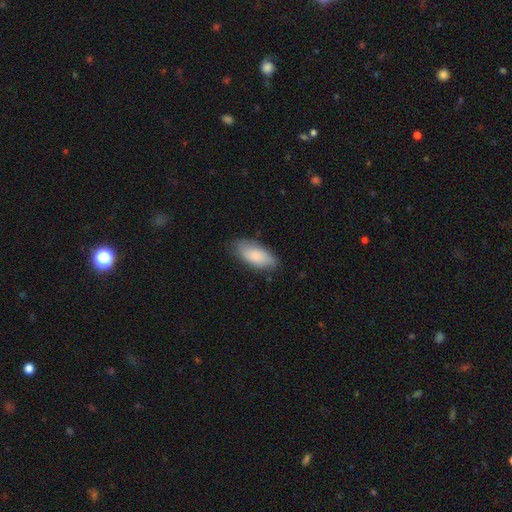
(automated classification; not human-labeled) This appears to be a smooth galaxy with no disk features (80%) that is in between round and cigar-shaped (88%). Merging: none (78%).